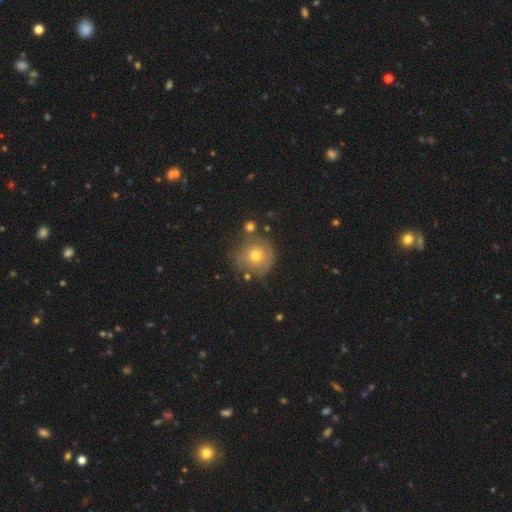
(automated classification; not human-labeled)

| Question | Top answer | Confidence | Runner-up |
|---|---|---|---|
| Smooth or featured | smooth | 60% | featured or disk (27%) |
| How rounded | round | 93% | in between (6%) |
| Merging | none | 70% | minor disturbance (17%) |